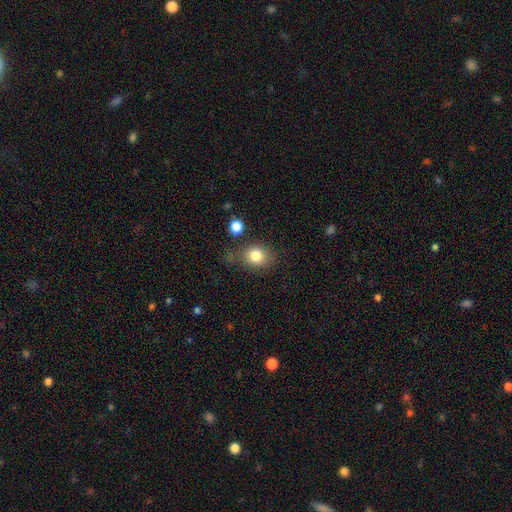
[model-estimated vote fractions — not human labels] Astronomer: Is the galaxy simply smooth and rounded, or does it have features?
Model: smooth — 81%.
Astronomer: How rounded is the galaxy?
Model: round — 64%.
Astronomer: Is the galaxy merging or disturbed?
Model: none — 67%.